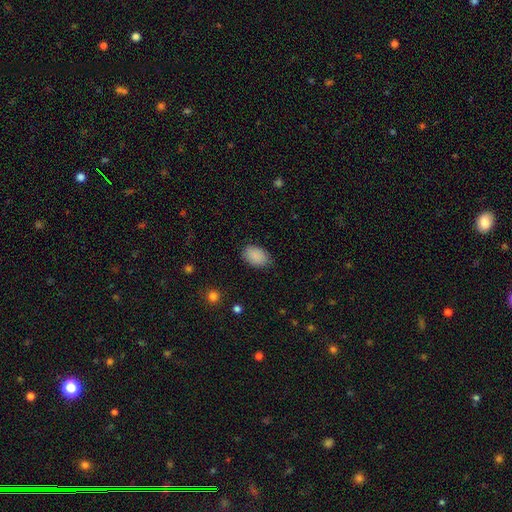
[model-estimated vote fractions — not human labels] Smooth or featured?
  - smooth: 89% *
  - star or artifact: 7%
  - featured or disk: 4%
How rounded?
  - in between: 88% *
  - round: 11%
  - cigar-shaped: 1%
Merging?
  - none: 80% *
  - minor disturbance: 16%
  - major disturbance: 3%
  - merger: 1%